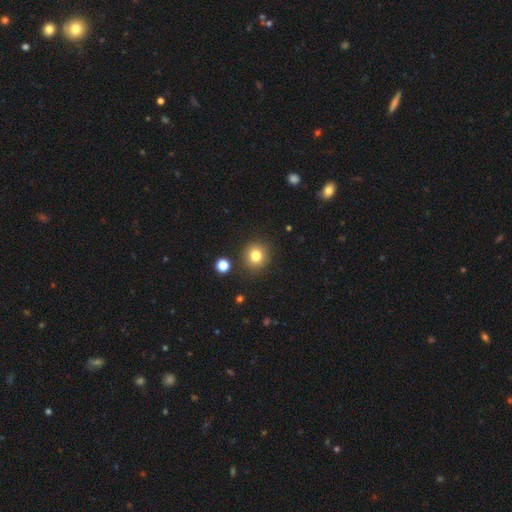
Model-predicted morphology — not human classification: This is likely a smooth galaxy (79%). How rounded: clearly round (89%). Merging: clearly none (87%).